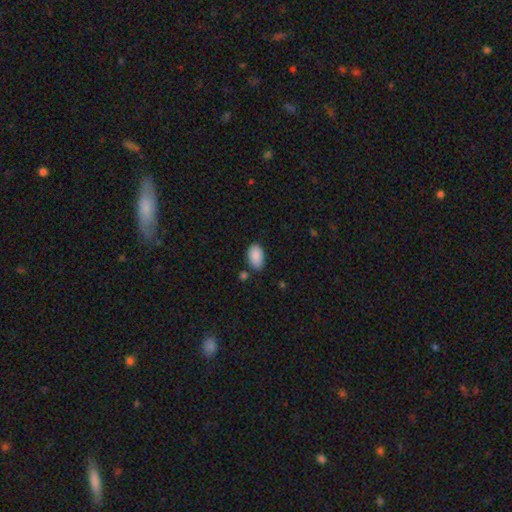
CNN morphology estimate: A smooth galaxy with no disk features (90%) that is in between round and cigar-shaped (93%). Merging: none (76%).